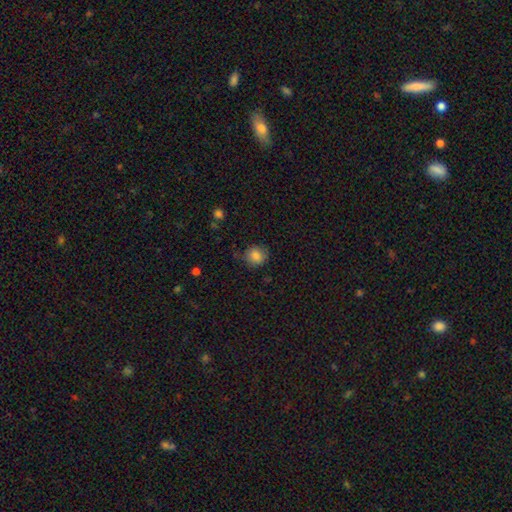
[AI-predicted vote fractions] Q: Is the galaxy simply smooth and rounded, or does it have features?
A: smooth — 83%.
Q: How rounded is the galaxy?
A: round — 86%.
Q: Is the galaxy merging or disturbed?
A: none — 76%.